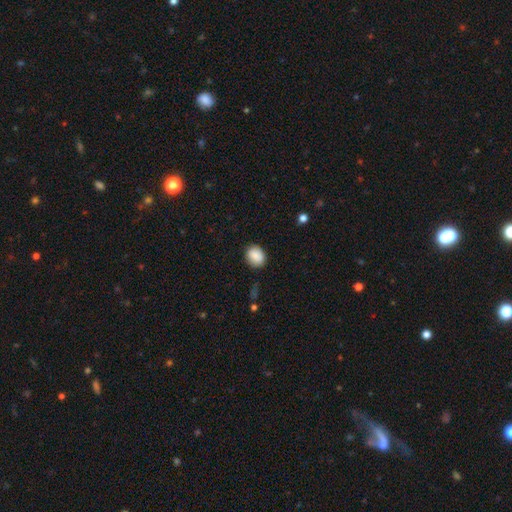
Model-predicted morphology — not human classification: Smooth or featured? Predicted: smooth (p=0.88). How rounded? Predicted: in between (p=0.50). Merging? Predicted: none (p=0.85).